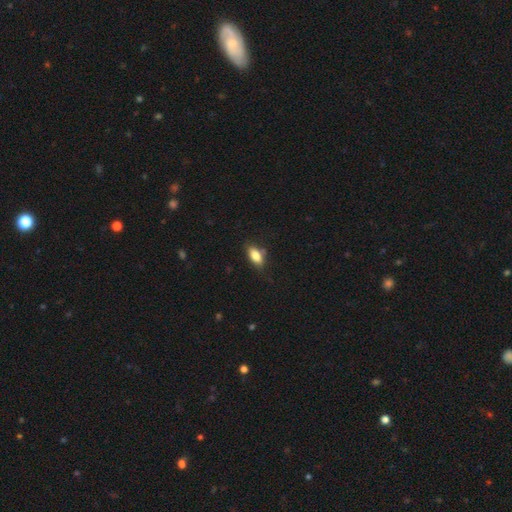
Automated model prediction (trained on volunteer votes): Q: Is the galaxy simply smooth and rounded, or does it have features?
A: smooth — 82%.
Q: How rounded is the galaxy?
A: in between — 86%.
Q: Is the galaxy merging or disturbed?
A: none — 74%.